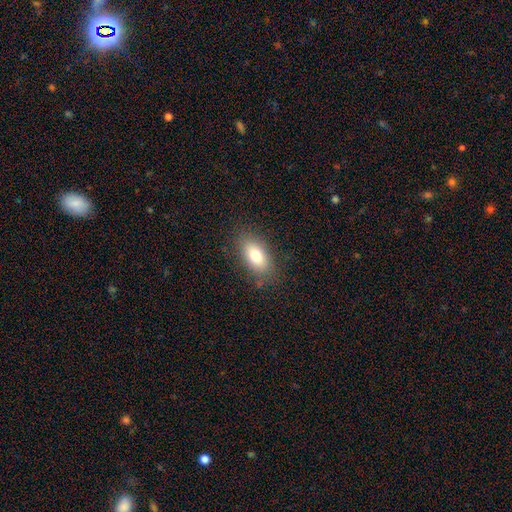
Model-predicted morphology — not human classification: Smooth or featured: smooth — 78% (featured or disk — 14%)
How rounded: in between — 89% (cigar-shaped — 5%)
Merging: none — 83% (minor disturbance — 12%)